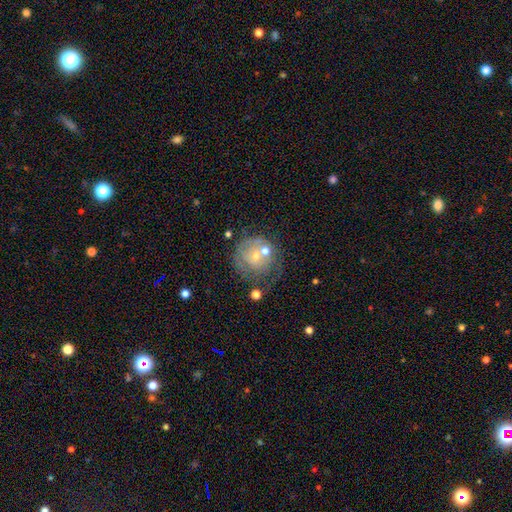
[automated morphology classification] Smooth or featured? featured or disk (59%)
Edge-on disk? no (97%)
Bar? no (76%)
Spiral arms? yes (65%)
Bulge size? small (68%)
Merging? none (58%)